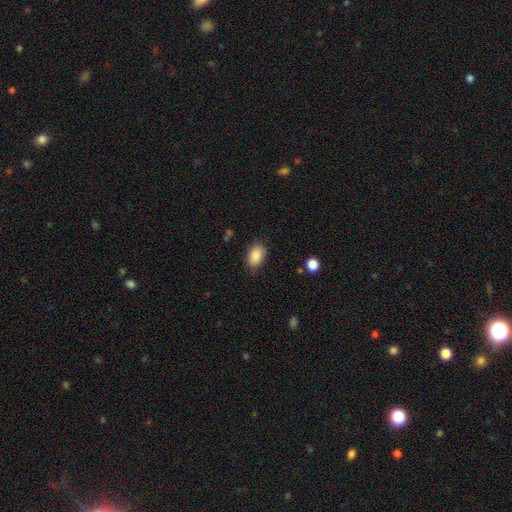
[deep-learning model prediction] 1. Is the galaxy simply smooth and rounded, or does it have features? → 88% smooth, 7% star or artifact, 4% featured or disk.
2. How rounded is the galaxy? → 87% in between, 11% round, 1% cigar-shaped.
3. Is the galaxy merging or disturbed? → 81% none, 15% minor disturbance, 3% major disturbance, 1% merger.